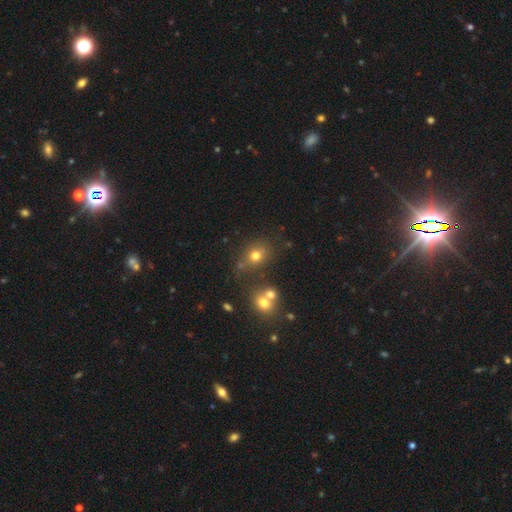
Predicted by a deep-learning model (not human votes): Smooth or featured?
  - smooth: 71% *
  - star or artifact: 17%
  - featured or disk: 12%
How rounded?
  - round: 59% *
  - in between: 39%
  - cigar-shaped: 1%
Merging?
  - none: 63% *
  - merger: 17%
  - minor disturbance: 14%
  - major disturbance: 6%